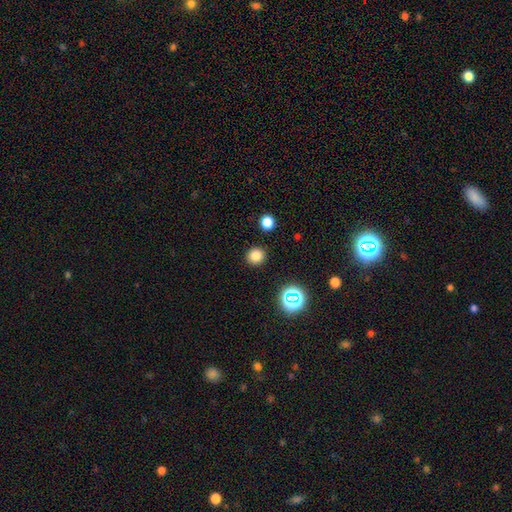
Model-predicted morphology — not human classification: smooth 80%, star or artifact 16%, featured or disk 5%. Down the decision tree: how rounded — round (91%); merging — none (90%).